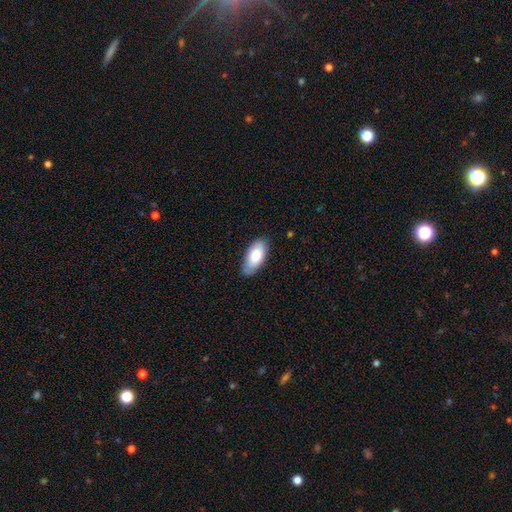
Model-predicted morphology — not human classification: smooth 80%, featured or disk 15%, star or artifact 6%. Down the decision tree: how rounded — in between (92%); merging — none (77%).